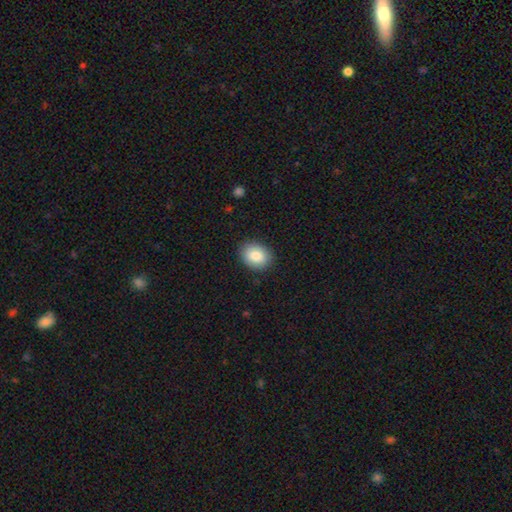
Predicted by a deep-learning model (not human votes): Smooth or featured?
  - smooth: 85% *
  - featured or disk: 8%
  - star or artifact: 7%
How rounded?
  - in between: 60% *
  - round: 39%
  - cigar-shaped: 1%
Merging?
  - none: 88% *
  - minor disturbance: 9%
  - major disturbance: 2%
  - merger: 1%